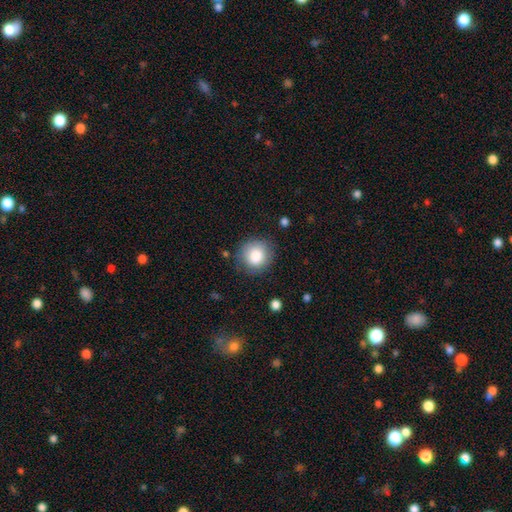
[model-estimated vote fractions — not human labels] A smooth galaxy with no disk features (85%) that is round (88%).

Vote fractions:
- Smooth or featured? smooth: 85% / star or artifact: 8% / featured or disk: 7%
- How rounded? round: 88% / in between: 11% / cigar-shaped: 1%
- Merging? none: 82% / minor disturbance: 13% / major disturbance: 4% / merger: 2%